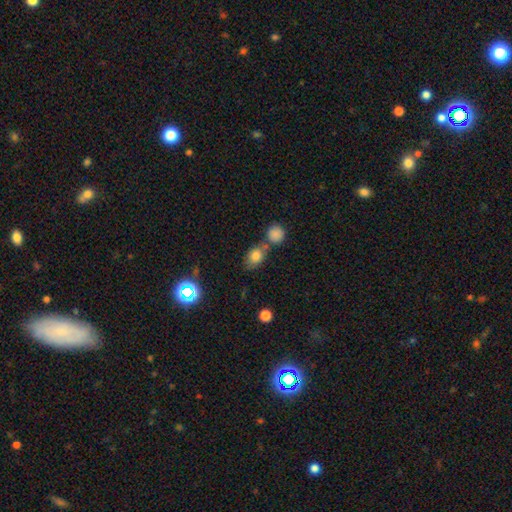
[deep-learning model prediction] A smooth galaxy with no disk features (79%) that is in between round and cigar-shaped (72%). Merging: none (51%).